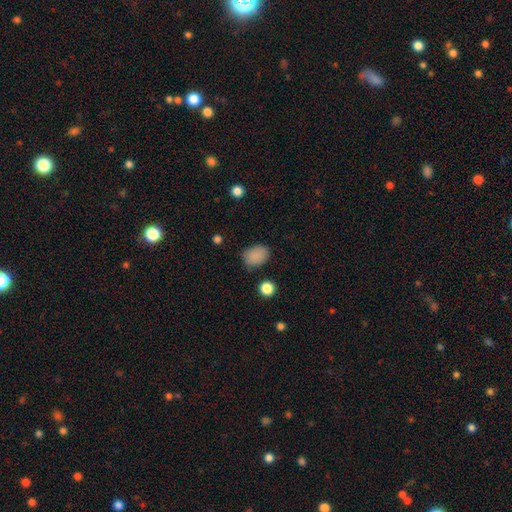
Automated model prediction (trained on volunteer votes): This appears to be a smooth galaxy with no disk features (86%) that is in between round and cigar-shaped (71%). Merging: none (76%).